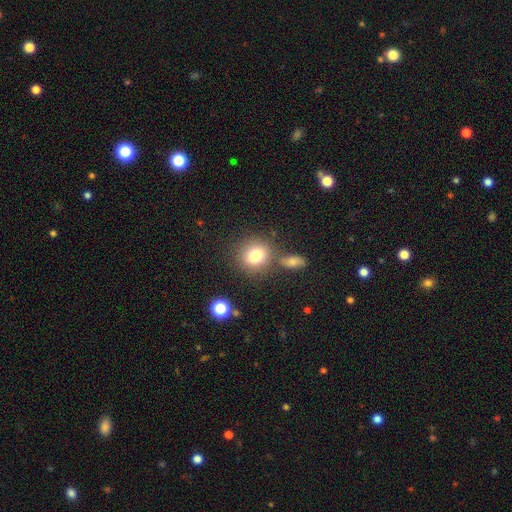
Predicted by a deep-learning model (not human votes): A smooth galaxy with no disk features (79%) that is round (83%). Merging: none (72%).